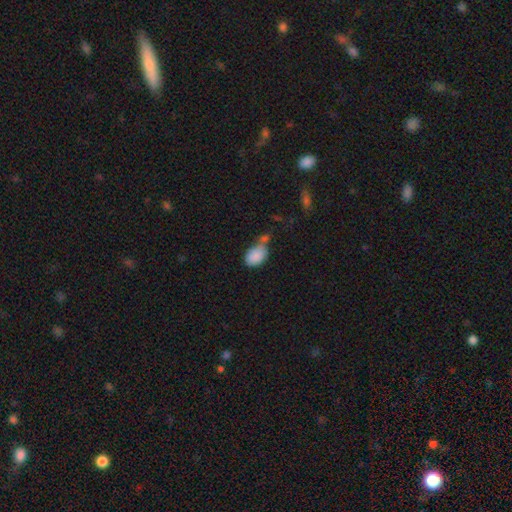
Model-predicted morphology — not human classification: Overall: smooth (87%). How rounded: in between (86%). Merging: none (42%; merger 28%).